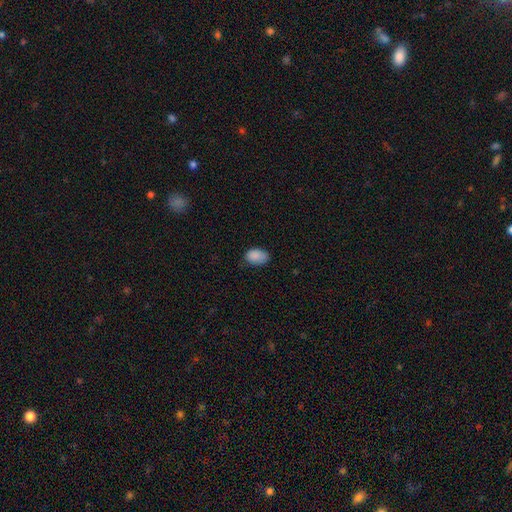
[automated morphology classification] This appears to be a smooth galaxy with no disk features (88%) that is in between round and cigar-shaped (88%). Merging: none (65%).